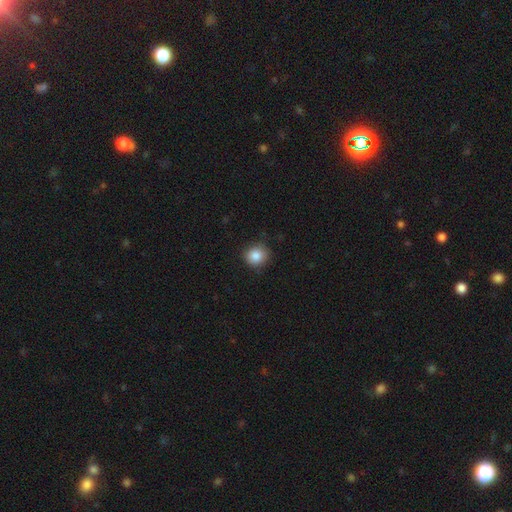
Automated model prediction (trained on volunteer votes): A smooth galaxy with no disk features (86%) that is round (87%).

Vote fractions:
- Smooth or featured? smooth: 86% / star or artifact: 9% / featured or disk: 5%
- How rounded? round: 87% / in between: 12% / cigar-shaped: 1%
- Merging? none: 83% / minor disturbance: 13% / major disturbance: 3% / merger: 1%